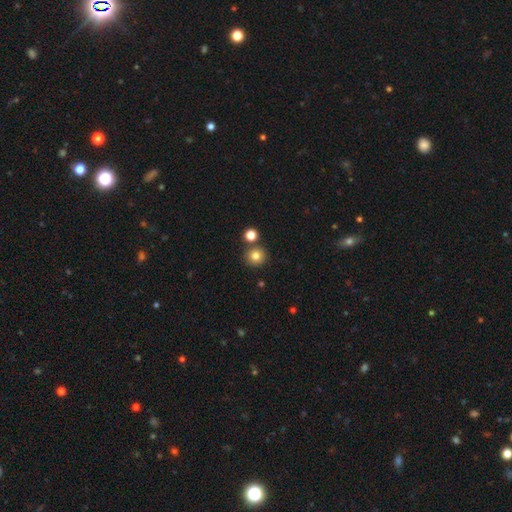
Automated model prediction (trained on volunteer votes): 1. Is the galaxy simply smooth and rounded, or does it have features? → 81% smooth, 12% star or artifact, 6% featured or disk.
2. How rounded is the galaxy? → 93% round, 6% in between, 1% cigar-shaped.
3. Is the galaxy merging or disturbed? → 81% none, 10% merger, 7% minor disturbance, 2% major disturbance.